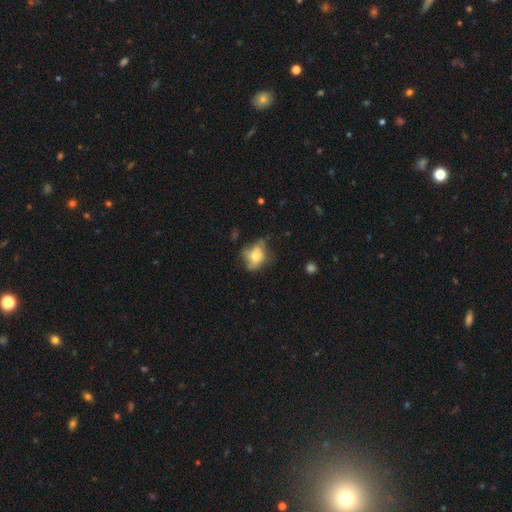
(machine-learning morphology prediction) Smooth or featured?
  - smooth: 59% *
  - featured or disk: 31%
  - star or artifact: 10%
How rounded?
  - in between: 56% *
  - round: 43%
  - cigar-shaped: 2%
Merging?
  - none: 46% *
  - minor disturbance: 31%
  - major disturbance: 19%
  - merger: 4%